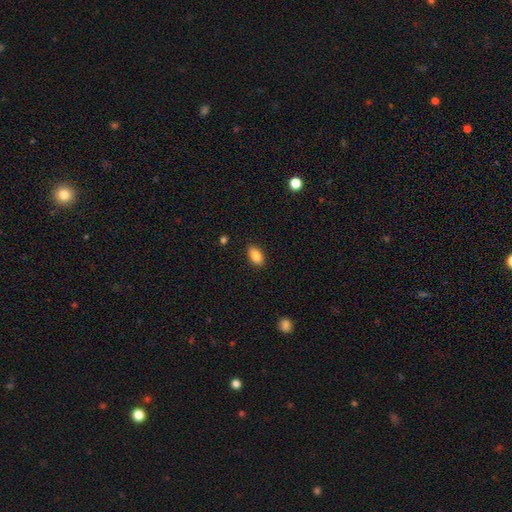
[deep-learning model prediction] smooth-or-featured: smooth: 84% | featured or disk: 8% | star or artifact: 8%
  how-rounded: in between: 91% | round: 5% | cigar-shaped: 3%
  merging: none: 88% | minor disturbance: 9% | major disturbance: 2% | merger: 1%